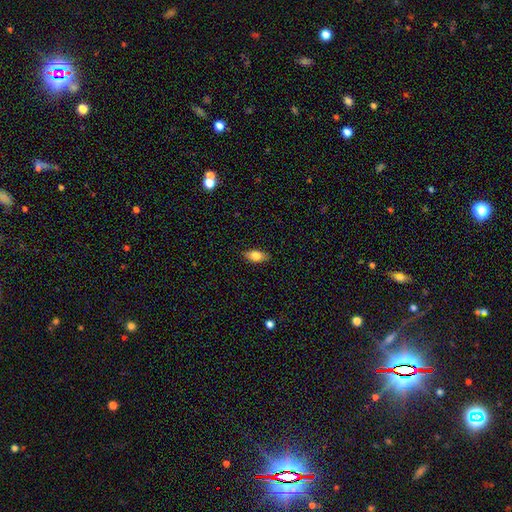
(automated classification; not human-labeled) smooth_or_featured: smooth (p=0.80) [alt: featured or disk p=0.13]
how_rounded: in between (p=0.88) [alt: cigar-shaped p=0.06]
merging: none (p=0.86) [alt: minor disturbance p=0.11]